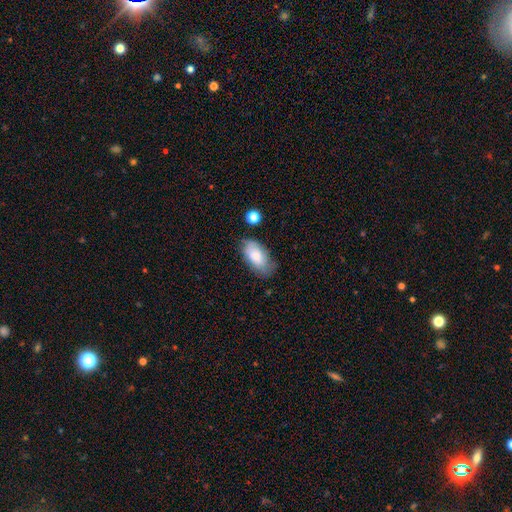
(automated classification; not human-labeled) Morphology: type=smooth (78%); roundness=in between (93%); merging=none (64%).